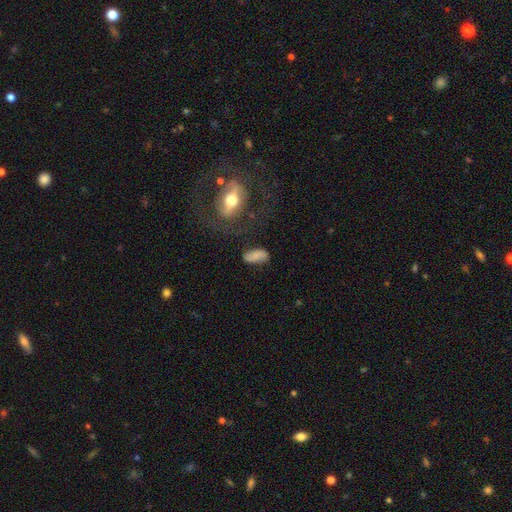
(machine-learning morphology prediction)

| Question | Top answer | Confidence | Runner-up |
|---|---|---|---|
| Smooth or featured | smooth | 74% | featured or disk (16%) |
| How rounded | in between | 85% | cigar-shaped (11%) |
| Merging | none | 67% | minor disturbance (20%) |